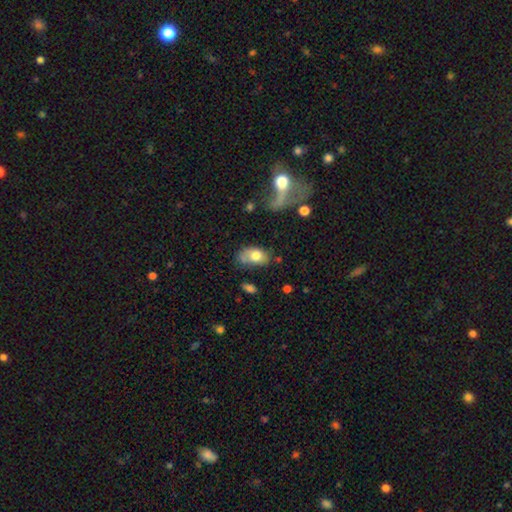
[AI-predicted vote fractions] smooth-or-featured: smooth: 71% | featured or disk: 21% | star or artifact: 8%
  how-rounded: in between: 88% | round: 10% | cigar-shaped: 2%
  merging: none: 43% | minor disturbance: 31% | major disturbance: 17% | merger: 9%